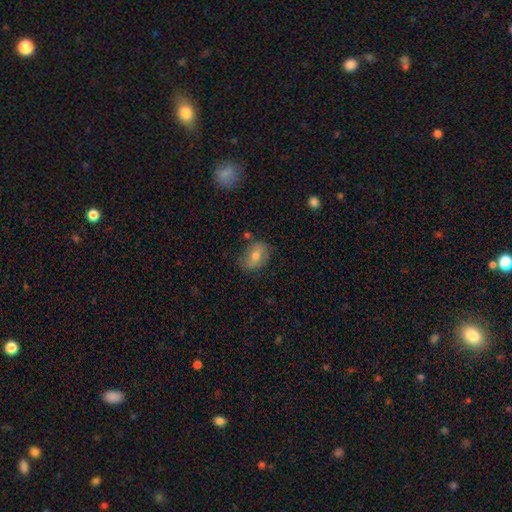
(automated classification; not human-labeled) Morphology: type=smooth (60%); roundness=in between (68%); merging=none (73%).